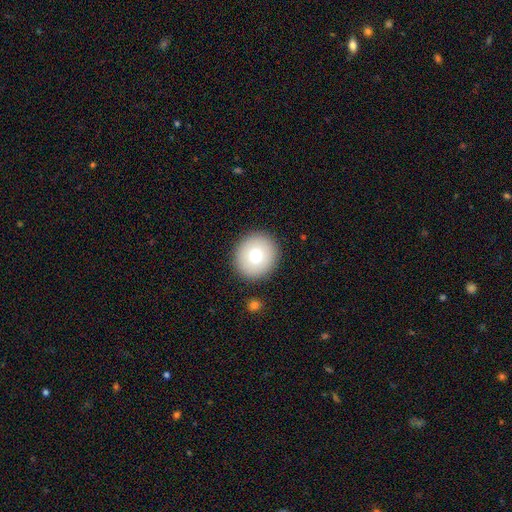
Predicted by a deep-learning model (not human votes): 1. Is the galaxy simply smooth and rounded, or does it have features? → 73% smooth, 17% featured or disk, 10% star or artifact.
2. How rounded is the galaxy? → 90% round, 9% in between, 1% cigar-shaped.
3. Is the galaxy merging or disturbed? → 90% none, 6% minor disturbance, 2% major disturbance, 2% merger.